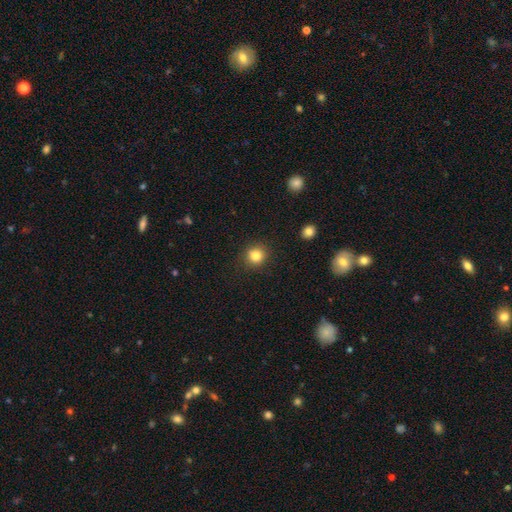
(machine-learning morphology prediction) The model was most divided on "smooth or featured": smooth: 83%, star or artifact: 11%, featured or disk: 5%. More confident: merging — none (90%); how rounded — round (89%).